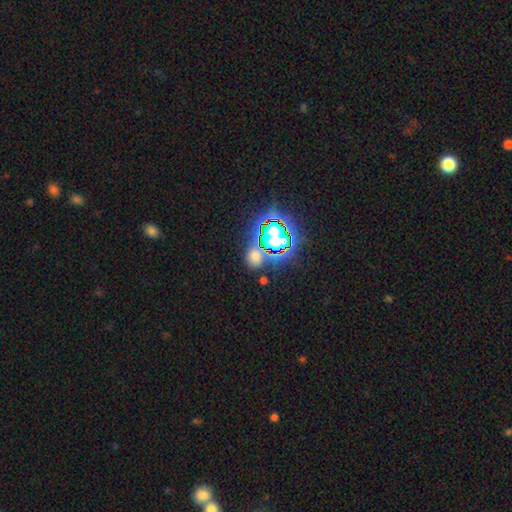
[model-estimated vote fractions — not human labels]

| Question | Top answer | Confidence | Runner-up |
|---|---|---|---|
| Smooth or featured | star or artifact | 47% | smooth (44%) |